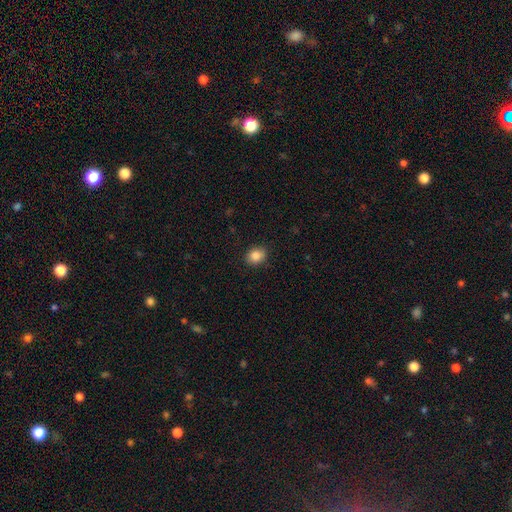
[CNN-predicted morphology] smooth_or_featured: smooth (p=0.86) [alt: star or artifact p=0.09]
how_rounded: round (p=0.51) [alt: in between p=0.48]
merging: none (p=0.88) [alt: minor disturbance p=0.09]